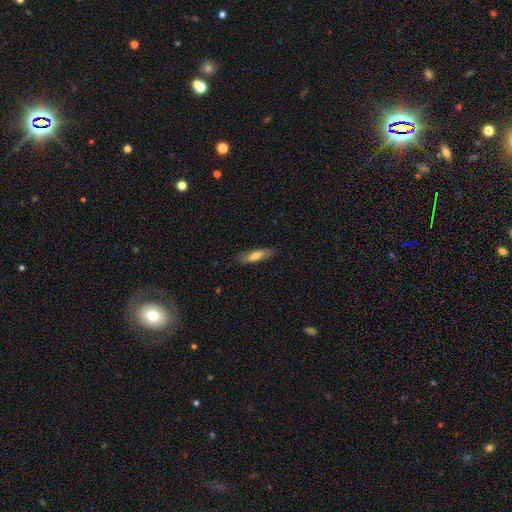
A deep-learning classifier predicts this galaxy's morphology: Smooth or featured?
  - smooth: 66% *
  - featured or disk: 28%
  - star or artifact: 6%
How rounded?
  - cigar-shaped: 61% *
  - in between: 38%
  - round: 2%
Merging?
  - none: 82% *
  - minor disturbance: 14%
  - major disturbance: 3%
  - merger: 1%